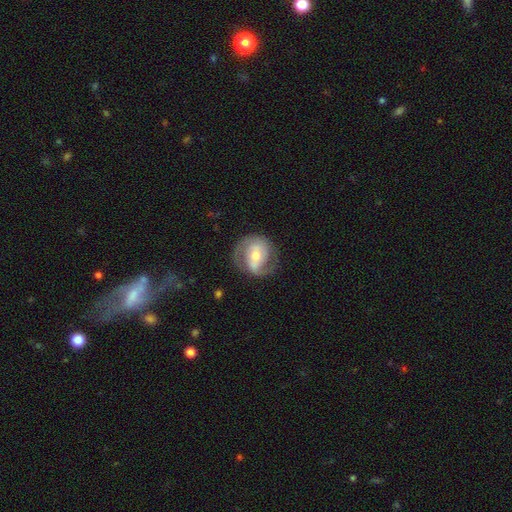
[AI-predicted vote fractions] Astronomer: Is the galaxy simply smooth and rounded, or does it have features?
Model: featured or disk — 74%.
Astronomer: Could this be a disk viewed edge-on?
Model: no — 97%.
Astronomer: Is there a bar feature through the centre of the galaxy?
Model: weak — 38% (runner-up: no, 32%).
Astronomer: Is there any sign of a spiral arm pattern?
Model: yes — 87%.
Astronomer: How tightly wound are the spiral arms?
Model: medium — 46% (runner-up: tight, 34%).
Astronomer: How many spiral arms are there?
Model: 2 — 83%.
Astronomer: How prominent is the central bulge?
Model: moderate — 54% (runner-up: small, 37%).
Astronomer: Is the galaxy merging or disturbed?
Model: none — 71%.